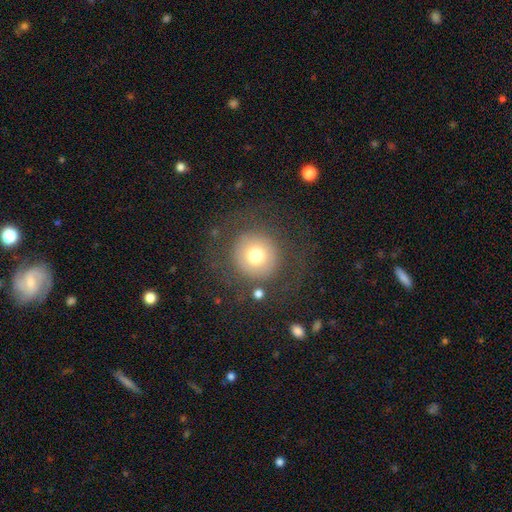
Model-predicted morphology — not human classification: Q: Smooth or featured?
A: smooth (67%); runner-up: featured or disk (22%)
Q: How rounded?
A: round (93%); runner-up: in between (6%)
Q: Merging?
A: none (76%); runner-up: major disturbance (11%)